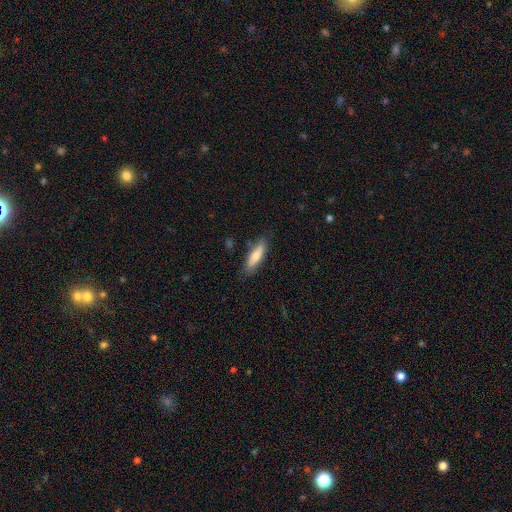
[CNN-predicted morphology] This appears to be a smooth galaxy with no disk features (66%) that is cigar-shaped (59%). Merging: none (80%).